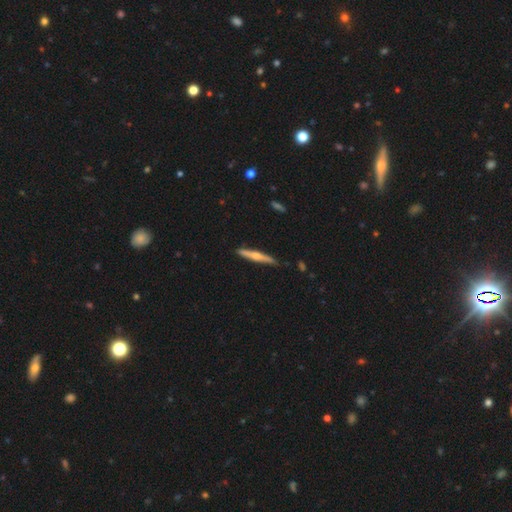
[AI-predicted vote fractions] Smooth or featured? featured or disk (57%)
Edge-on disk? yes (97%)
Edge-on bulge? rounded (81%)
Merging? none (87%)